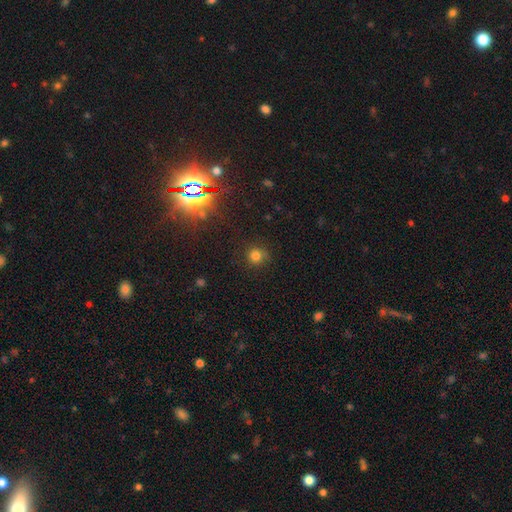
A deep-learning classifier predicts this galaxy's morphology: Smooth or featured? smooth (77%)
How rounded? round (91%)
Merging? none (82%)